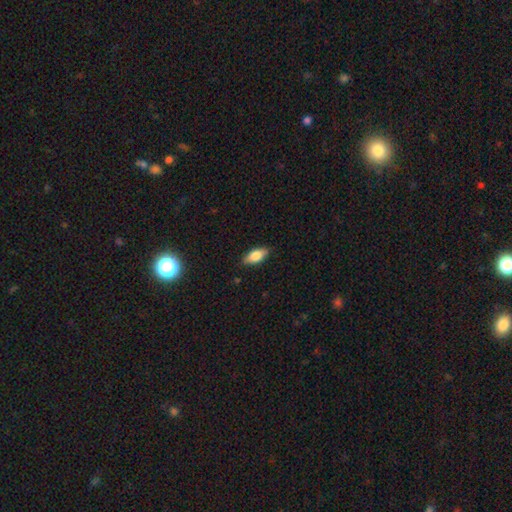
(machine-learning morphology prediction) smooth 80%, featured or disk 14%, star or artifact 7%. Down the decision tree: how rounded — in between (87%); merging — none (85%).